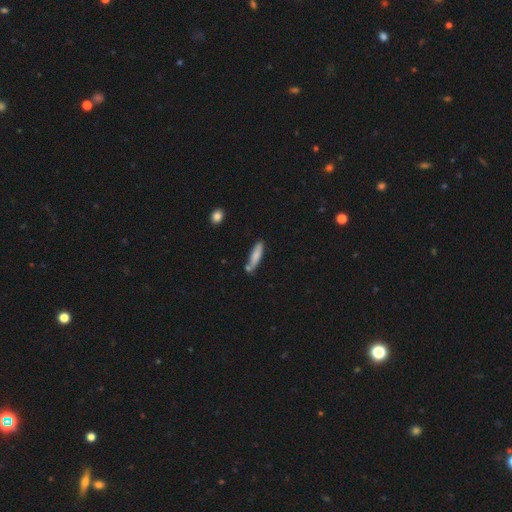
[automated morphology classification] Smooth or featured: smooth — 79% (featured or disk — 15%)
How rounded: cigar-shaped — 74% (in between — 24%)
Merging: none — 67% (minor disturbance — 18%)